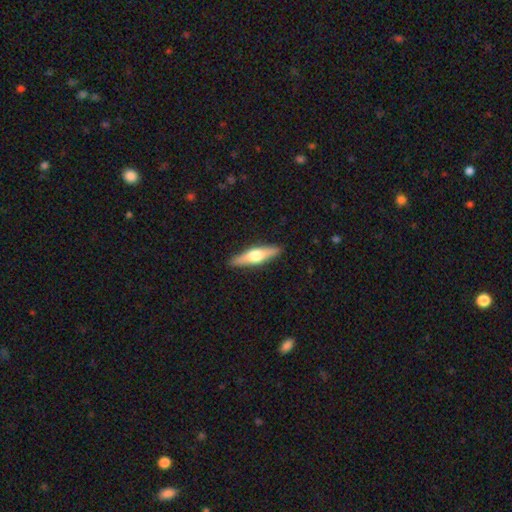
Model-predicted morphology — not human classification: featured or disk 54%, smooth 41%, star or artifact 5%. Down the decision tree: edge-on disk — yes (94%); edge-on bulge — rounded (92%); merging — none (90%).